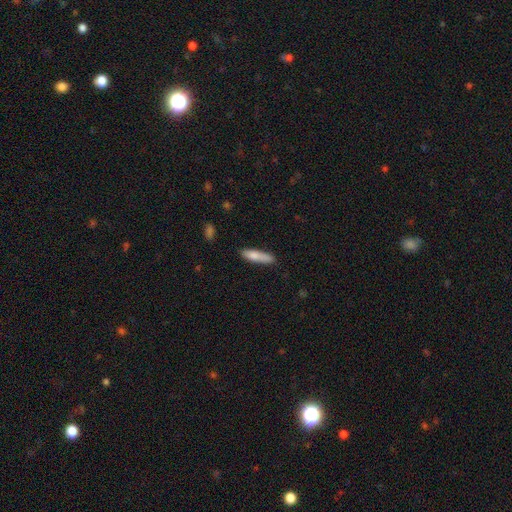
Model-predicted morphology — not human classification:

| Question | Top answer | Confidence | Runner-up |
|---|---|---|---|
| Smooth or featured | smooth | 80% | featured or disk (14%) |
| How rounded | cigar-shaped | 75% | in between (23%) |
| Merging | none | 71% | minor disturbance (21%) |